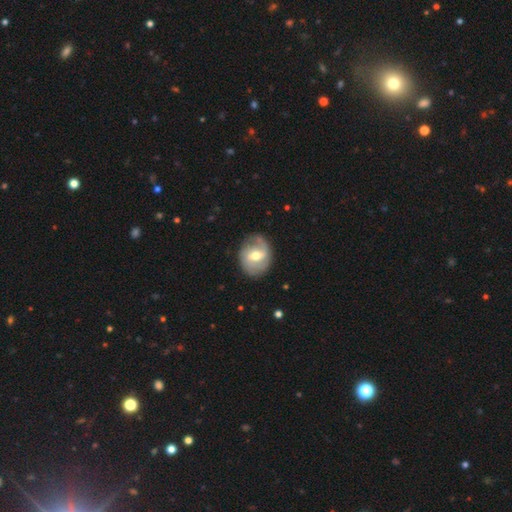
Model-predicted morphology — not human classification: A featured or disk galaxy (70%) with a weak bar (54%), 2 (70%) medium (41%) spiral arms (83%) and a moderate central bulge (71%).

Vote fractions:
- Smooth or featured? featured or disk: 70% / smooth: 24% / star or artifact: 6%
- Edge-on disk? no: 97% / yes: 3%
- Bar? weak: 54% / no: 26% / strong: 20%
- Spiral arms? yes: 83% / no: 17%
- Spiral winding? medium: 41% / loose: 32% / tight: 27%
- Spiral arm count? 2: 70% / can't tell: 15% / 1: 7% / 3: 5% / 4: 2% / more than 4: 2%
- Bulge size? moderate: 71% / small: 22% / large: 5% / none: 1% / dominant: 1%
- Merging? none: 76% / minor disturbance: 17% / major disturbance: 6% / merger: 1%